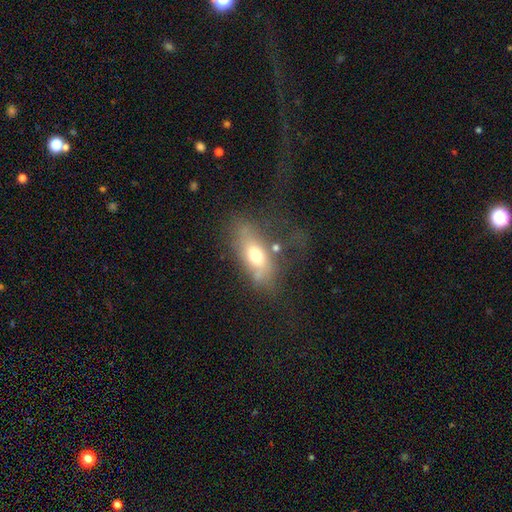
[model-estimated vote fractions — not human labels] smooth_or_featured: smooth (p=0.61) [alt: featured or disk p=0.29]
how_rounded: in between (p=0.80) [alt: cigar-shaped p=0.13]
merging: none (p=0.44) [alt: minor disturbance p=0.24]